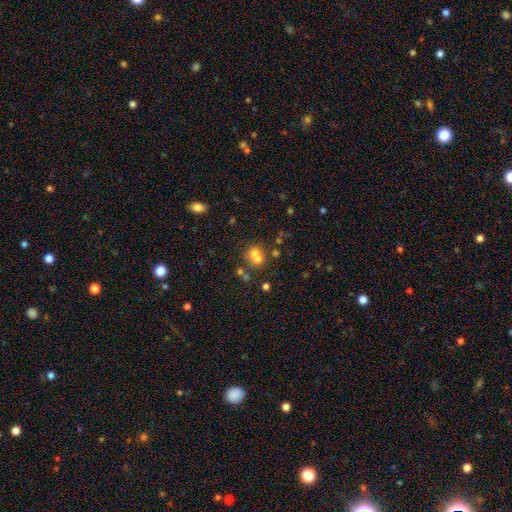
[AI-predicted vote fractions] The model was most divided on "merging": merger: 53%, none: 35%, minor disturbance: 7%, major disturbance: 4%. More confident: how rounded — round (73%); smooth or featured — smooth (60%).